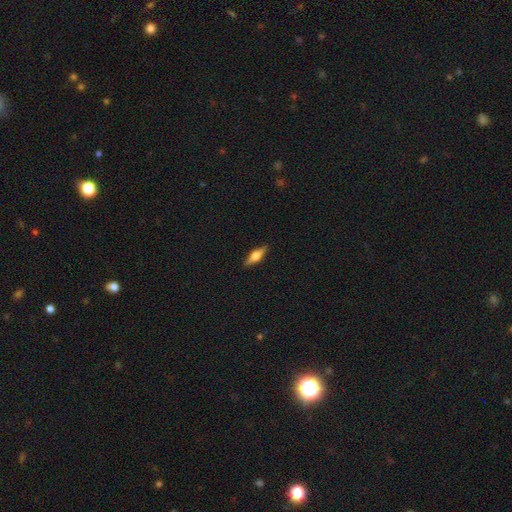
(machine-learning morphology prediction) Smooth or featured?
  - featured or disk: 60% *
  - smooth: 33%
  - star or artifact: 7%
Edge-on disk?
  - yes: 96% *
  - no: 4%
Edge-on bulge?
  - rounded: 92% *
  - boxy: 6%
  - none: 2%
Merging?
  - none: 90% *
  - minor disturbance: 8%
  - major disturbance: 2%
  - merger: 1%